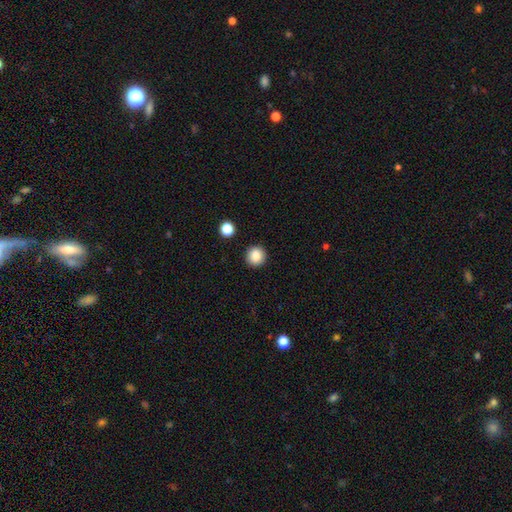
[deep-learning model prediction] smooth-or-featured: smooth: 87% | star or artifact: 9% | featured or disk: 4%
  how-rounded: round: 94% | in between: 5% | cigar-shaped: 1%
  merging: none: 92% | minor disturbance: 5% | major disturbance: 2% | merger: 2%